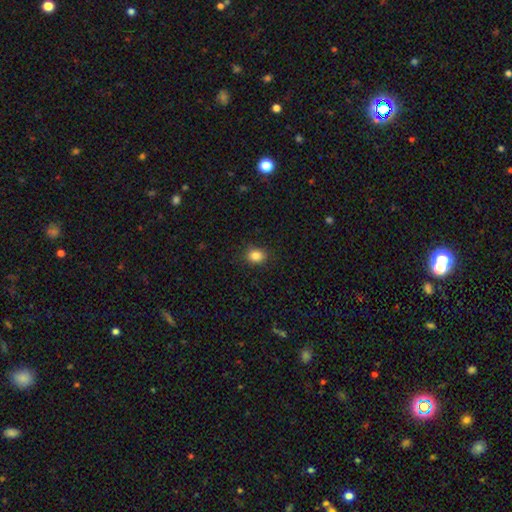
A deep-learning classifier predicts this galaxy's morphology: A smooth galaxy with no disk features (85%) that is round (53%).

Vote fractions:
- Smooth or featured? smooth: 85% / star or artifact: 10% / featured or disk: 5%
- How rounded? round: 53% / in between: 46% / cigar-shaped: 1%
- Merging? none: 88% / minor disturbance: 9% / major disturbance: 2% / merger: 1%